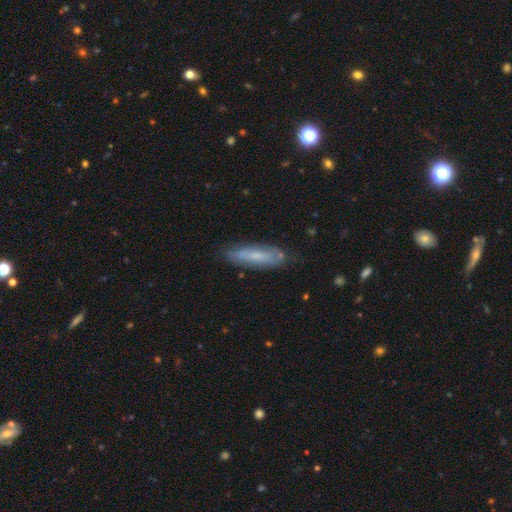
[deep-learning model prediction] Smooth or featured?
  - smooth: 54% *
  - featured or disk: 39%
  - star or artifact: 7%
How rounded?
  - cigar-shaped: 67% *
  - in between: 31%
  - round: 2%
Merging?
  - none: 78% *
  - minor disturbance: 17%
  - major disturbance: 4%
  - merger: 2%